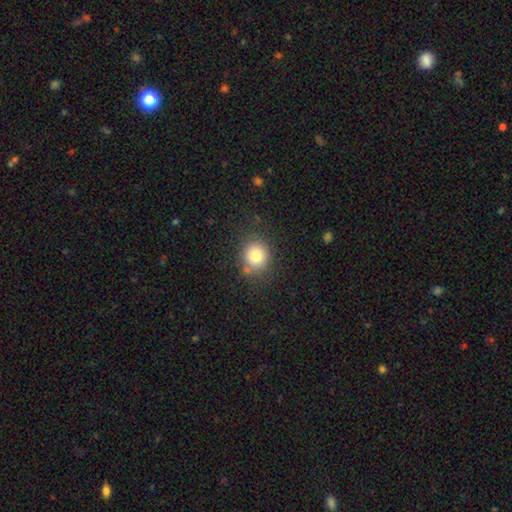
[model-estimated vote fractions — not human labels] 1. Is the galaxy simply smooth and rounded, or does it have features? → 80% smooth, 11% star or artifact, 9% featured or disk.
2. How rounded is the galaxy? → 84% round, 15% in between, 1% cigar-shaped.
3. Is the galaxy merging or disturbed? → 80% none, 12% minor disturbance, 4% merger, 4% major disturbance.